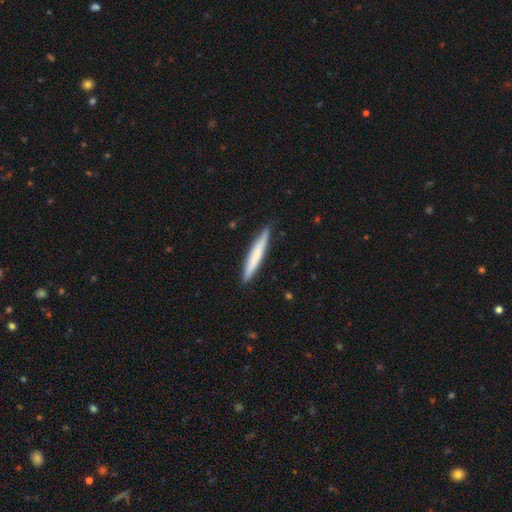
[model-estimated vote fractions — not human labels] smooth_or_featured: smooth (p=0.63) [alt: featured or disk p=0.32]
how_rounded: cigar-shaped (p=0.95) [alt: in between p=0.04]
merging: none (p=0.88) [alt: minor disturbance p=0.09]